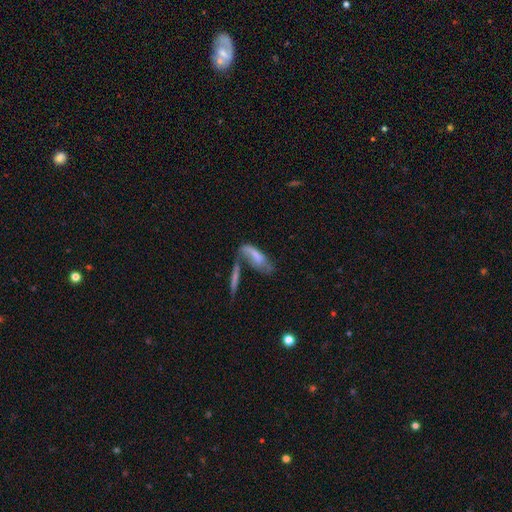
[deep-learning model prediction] Q: Smooth or featured?
A: smooth (59%); runner-up: featured or disk (33%)
Q: How rounded?
A: in between (58%); runner-up: cigar-shaped (39%)
Q: Merging?
A: merger (36%); runner-up: none (27%)